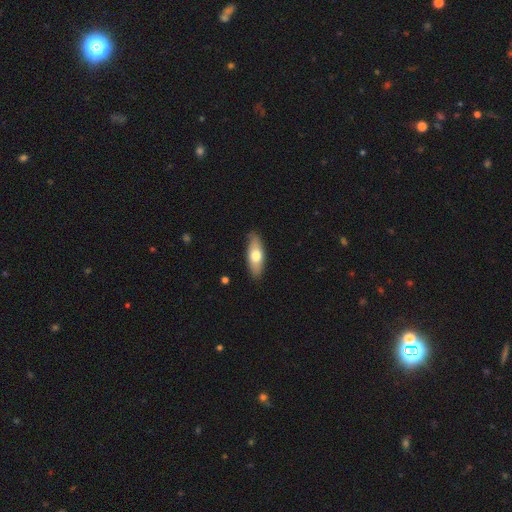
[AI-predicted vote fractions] Morphology: type=smooth (65%); roundness=in between (70%); merging=none (86%).